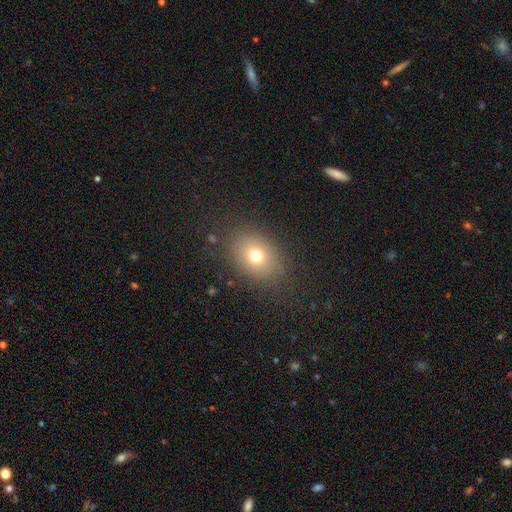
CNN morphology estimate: This is likely a smooth galaxy (72%). How rounded: possibly in between (55%). Merging: clearly none (83%).